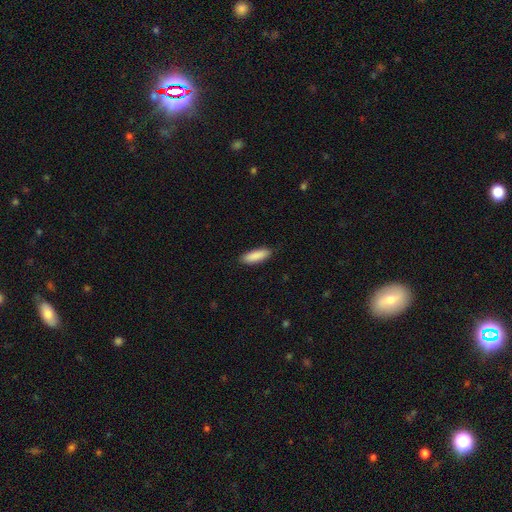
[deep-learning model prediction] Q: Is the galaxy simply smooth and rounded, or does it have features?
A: smooth — 90%.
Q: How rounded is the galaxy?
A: in between — 55%.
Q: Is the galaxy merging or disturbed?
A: none — 88%.